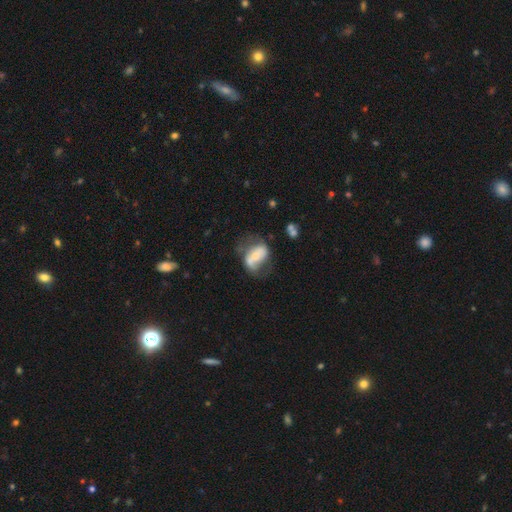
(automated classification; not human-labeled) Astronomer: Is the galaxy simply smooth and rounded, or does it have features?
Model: featured or disk — 59%.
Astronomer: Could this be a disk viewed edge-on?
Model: no — 95%.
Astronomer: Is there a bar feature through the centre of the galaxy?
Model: no — 49% (runner-up: weak, 29%).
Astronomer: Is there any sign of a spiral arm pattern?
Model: yes — 64%.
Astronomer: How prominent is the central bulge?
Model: small — 45% (runner-up: moderate, 43%).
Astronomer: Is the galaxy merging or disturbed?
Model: none — 39% (runner-up: minor disturbance, 26%).